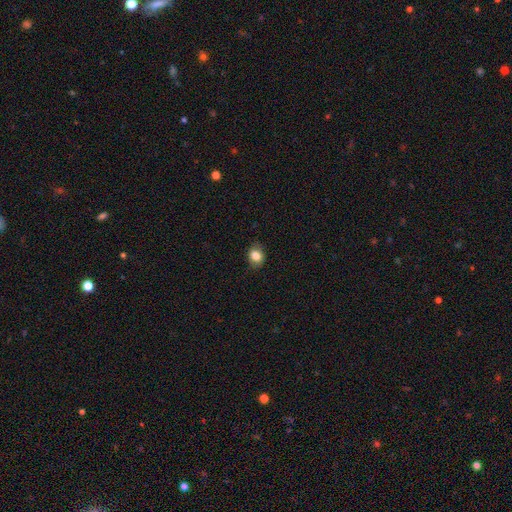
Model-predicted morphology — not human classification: This is clearly a smooth galaxy (82%). How rounded: possibly in between (60%). Merging: likely none (79%).